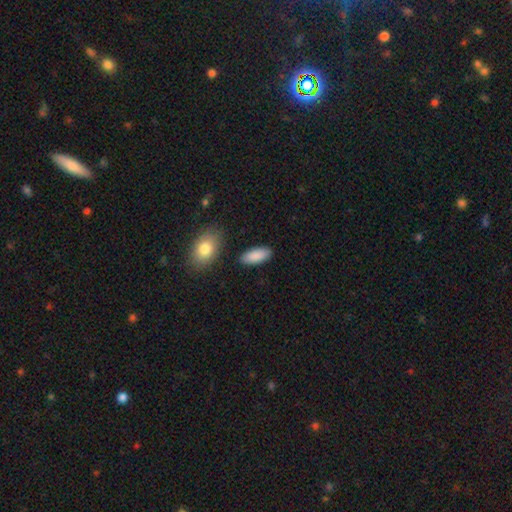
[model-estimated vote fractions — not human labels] Morphology: type=smooth (89%); roundness=in between (85%); merging=none (86%).